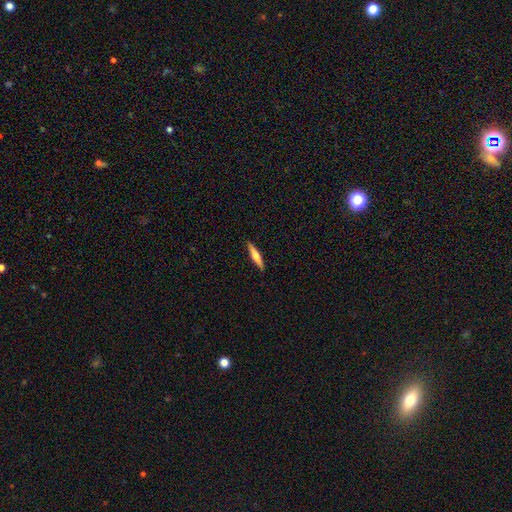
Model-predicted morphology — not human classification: smooth_or_featured: smooth (p=0.48) [alt: featured or disk p=0.46]
merging: none (p=0.91) [alt: minor disturbance p=0.07]